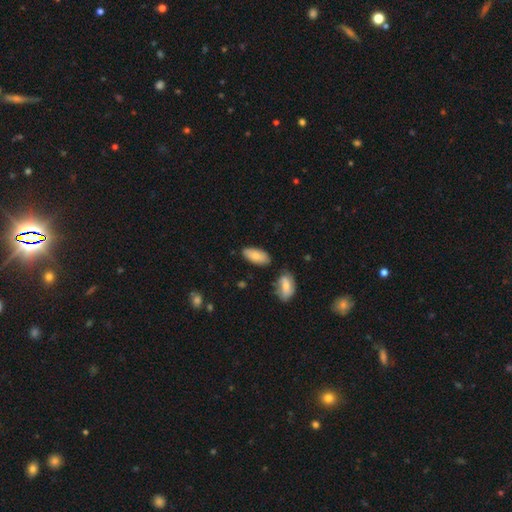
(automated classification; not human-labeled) Smooth or featured? smooth (83%)
How rounded? in between (89%)
Merging? none (75%)